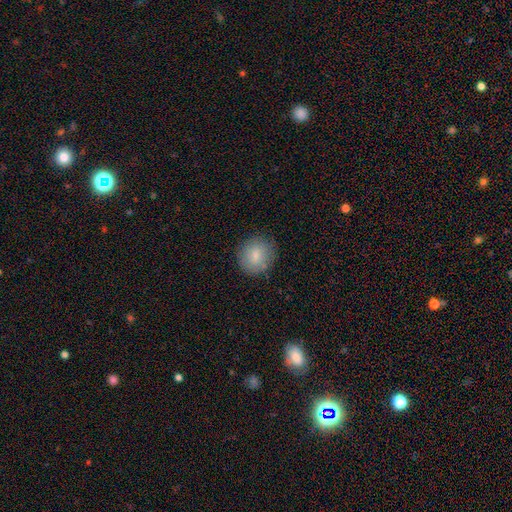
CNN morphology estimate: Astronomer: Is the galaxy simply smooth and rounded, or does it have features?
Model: smooth — 82%.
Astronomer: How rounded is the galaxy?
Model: round — 86%.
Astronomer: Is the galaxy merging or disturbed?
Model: none — 85%.